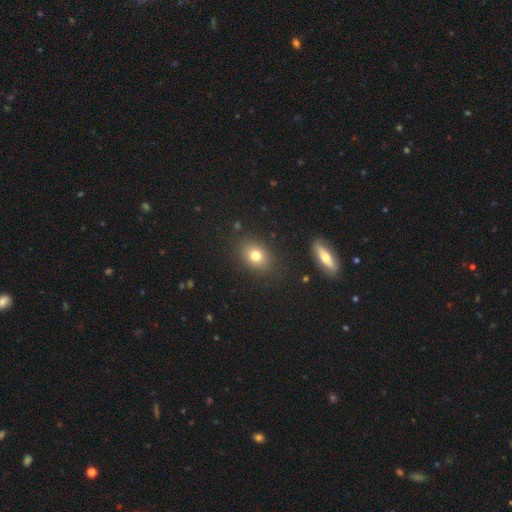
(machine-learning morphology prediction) This is likely a smooth galaxy (77%). How rounded: possibly in between (57%). Merging: clearly none (86%).